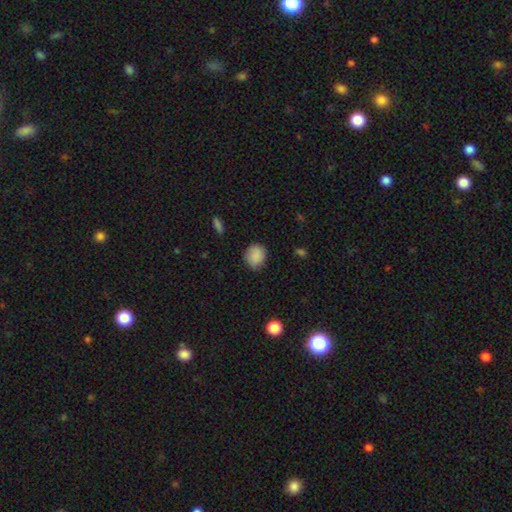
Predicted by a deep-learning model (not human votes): A smooth galaxy with no disk features (88%) that is round (75%). Merging: none (80%).